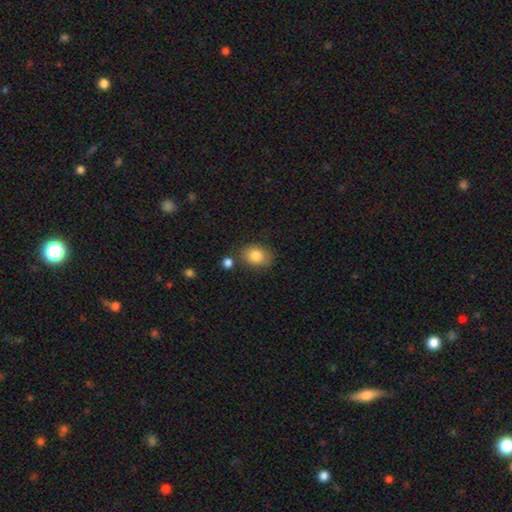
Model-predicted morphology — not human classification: type=smooth (84%); roundness=in between (59%); merging=none (75%).